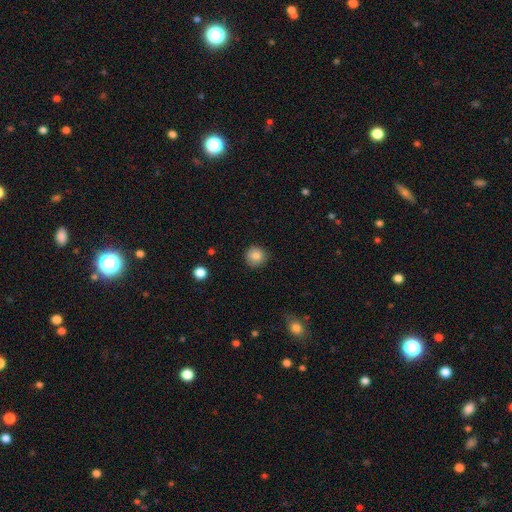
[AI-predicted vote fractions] Overall: smooth (84%). How rounded: round (93%). Merging: none (86%).